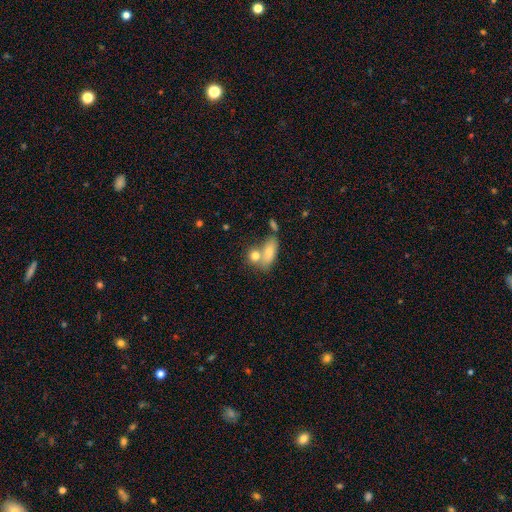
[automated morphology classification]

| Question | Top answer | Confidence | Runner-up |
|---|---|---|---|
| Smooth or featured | smooth | 59% | featured or disk (28%) |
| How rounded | in between | 62% | round (20%) |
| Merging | merger | 44% | none (39%) |